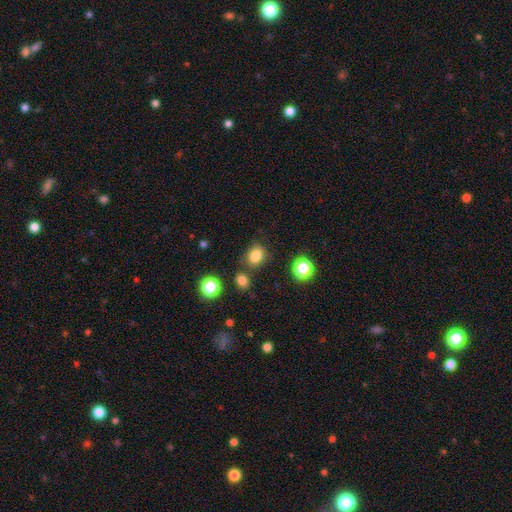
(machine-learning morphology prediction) Smooth or featured: smooth — 81% (star or artifact — 14%)
How rounded: round — 68% (in between — 31%)
Merging: none — 76% (minor disturbance — 11%)